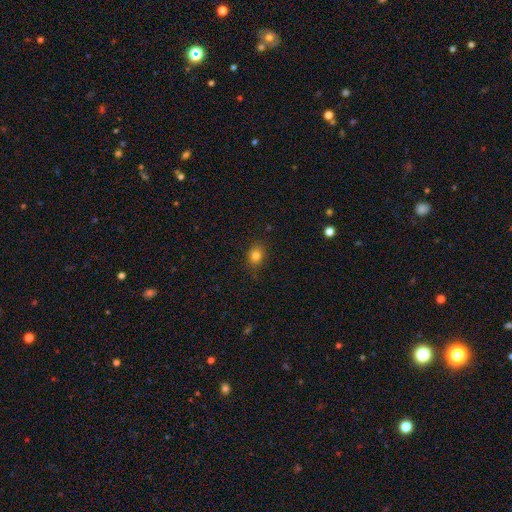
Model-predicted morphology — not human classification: This appears to be a smooth galaxy with no disk features (81%) that is in between round and cigar-shaped (51%). Merging: none (82%).